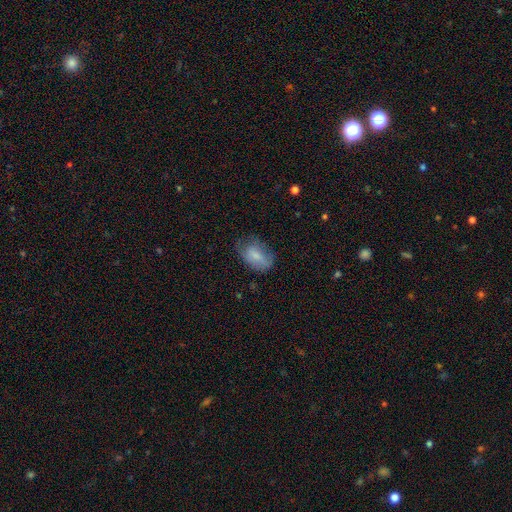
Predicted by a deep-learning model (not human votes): Smooth or featured? smooth (69%)
How rounded? in between (88%)
Merging? none (48%)